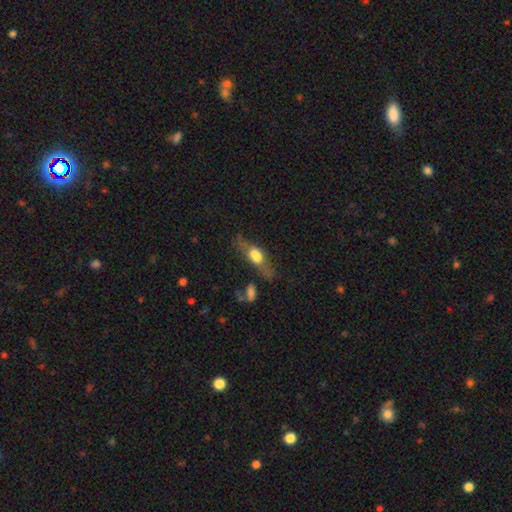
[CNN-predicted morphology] A smooth galaxy with no disk features (50%).

Vote fractions:
- Smooth or featured? smooth: 50% / featured or disk: 40% / star or artifact: 11%
- Merging? none: 48% / minor disturbance: 20% / major disturbance: 17% / merger: 15%